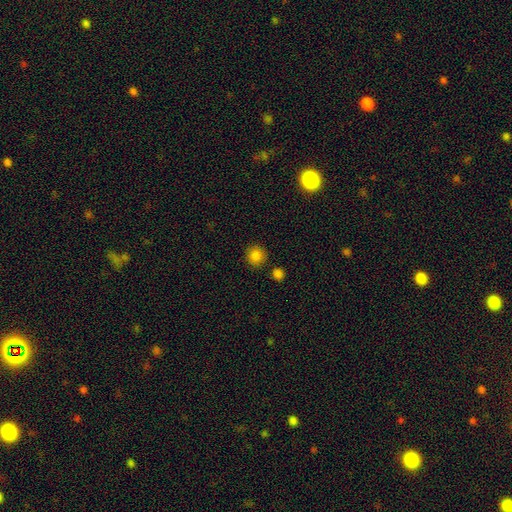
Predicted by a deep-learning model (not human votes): Smooth or featured: smooth — 85% (star or artifact — 11%)
How rounded: round — 93% (in between — 6%)
Merging: none — 87% (minor disturbance — 7%)